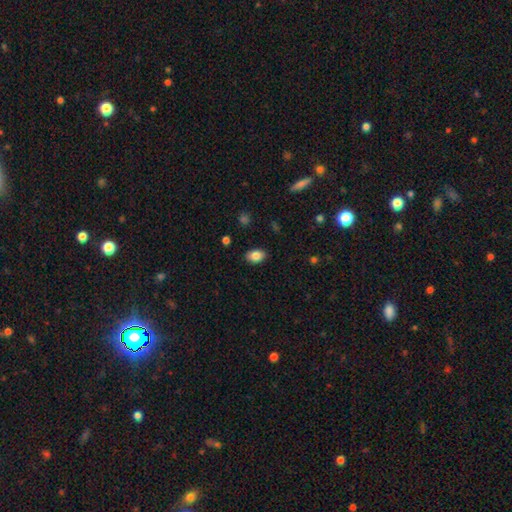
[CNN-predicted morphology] The model was most divided on "how rounded": in between: 86%, round: 13%, cigar-shaped: 1%. More confident: merging — none (87%); smooth or featured — smooth (85%).